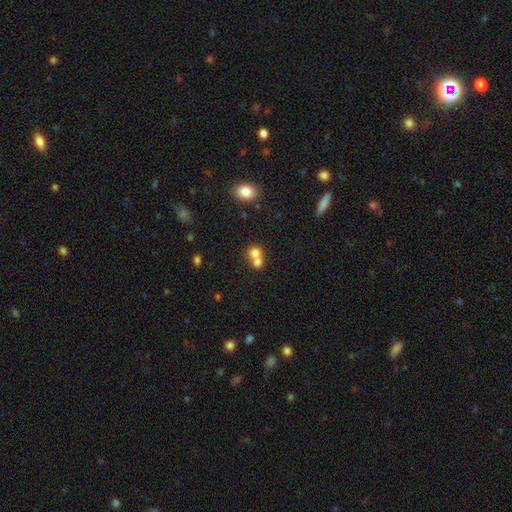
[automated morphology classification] A smooth galaxy with no disk features (74%) that is round (72%). Merging: merger (66%).